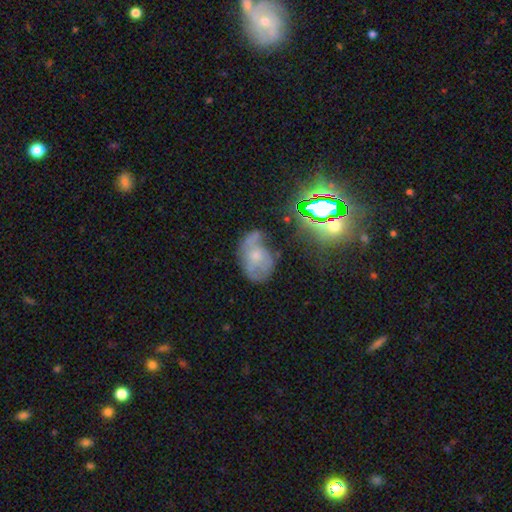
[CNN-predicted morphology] A featured or disk galaxy (47%). Merging: none (36%).